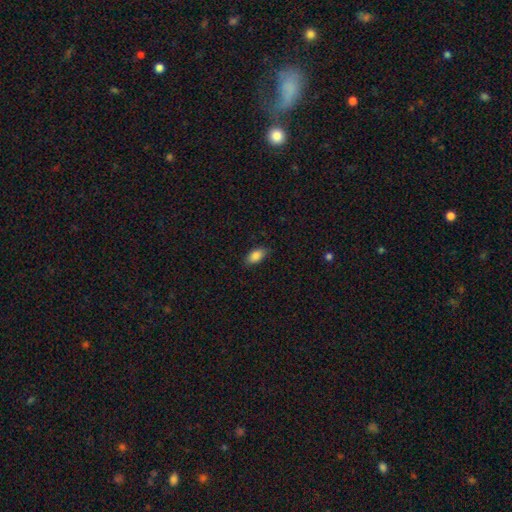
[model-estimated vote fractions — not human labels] Smooth or featured?
  - smooth: 87% *
  - star or artifact: 8%
  - featured or disk: 5%
How rounded?
  - in between: 92% *
  - cigar-shaped: 4%
  - round: 4%
Merging?
  - none: 85% *
  - minor disturbance: 12%
  - major disturbance: 2%
  - merger: 1%